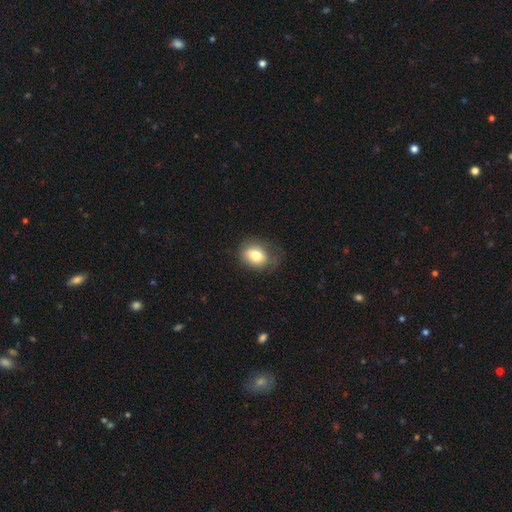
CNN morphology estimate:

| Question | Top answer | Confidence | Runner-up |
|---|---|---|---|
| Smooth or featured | smooth | 76% | featured or disk (15%) |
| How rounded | in between | 52% | round (48%) |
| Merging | none | 59% | minor disturbance (27%) |